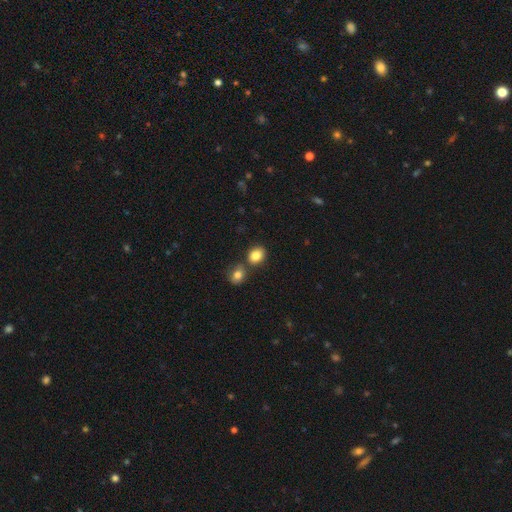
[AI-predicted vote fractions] smooth 85%, star or artifact 9%, featured or disk 6%. Down the decision tree: how rounded — round (52%); merging — none (65%).